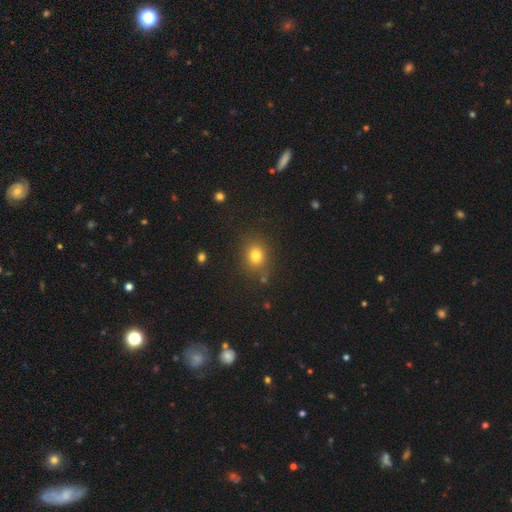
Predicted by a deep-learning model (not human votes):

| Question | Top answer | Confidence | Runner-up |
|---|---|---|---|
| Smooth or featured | smooth | 79% | star or artifact (14%) |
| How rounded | round | 65% | in between (34%) |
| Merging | none | 82% | minor disturbance (11%) |